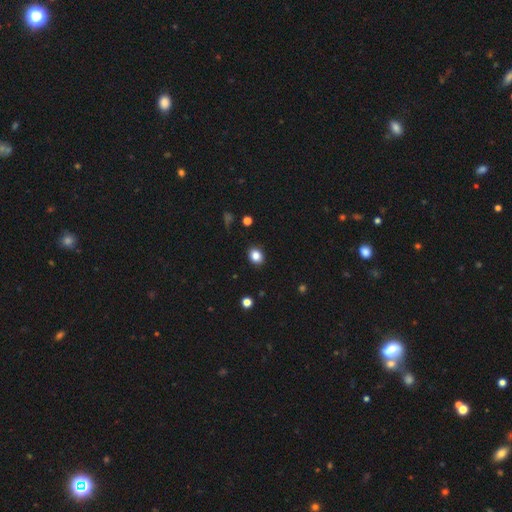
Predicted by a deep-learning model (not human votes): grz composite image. It shows a smooth galaxy with no disk features (85%) that is in between round and cigar-shaped (51%). Merging: none (89%).